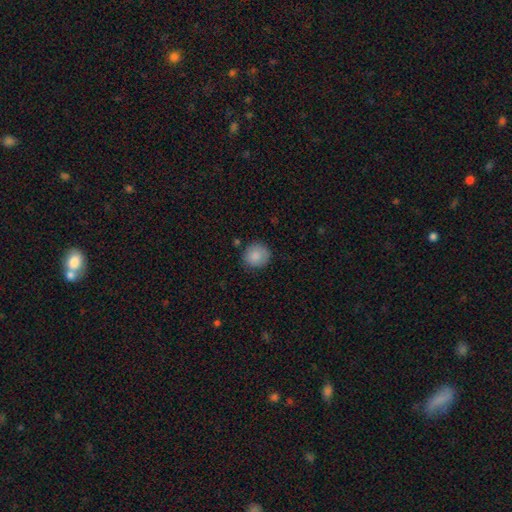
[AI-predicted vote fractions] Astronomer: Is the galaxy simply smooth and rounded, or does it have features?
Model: smooth — 87%.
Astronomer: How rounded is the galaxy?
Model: round — 90%.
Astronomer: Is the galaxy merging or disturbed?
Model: none — 84%.